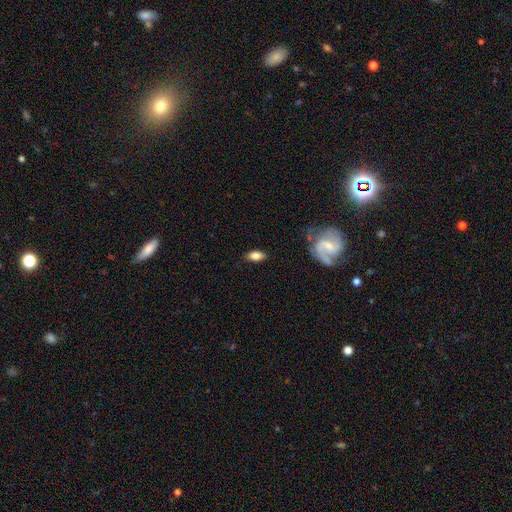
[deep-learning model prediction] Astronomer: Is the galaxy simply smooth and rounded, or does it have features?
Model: smooth — 73%.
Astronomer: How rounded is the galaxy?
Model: in between — 87%.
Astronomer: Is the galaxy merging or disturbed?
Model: none — 82%.